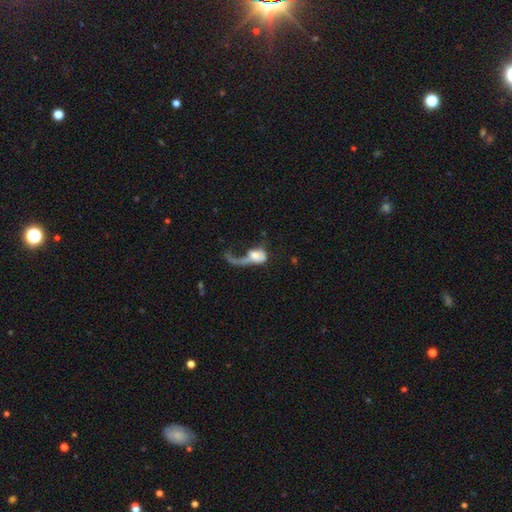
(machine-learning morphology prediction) Overall: featured or disk (48%; smooth 44%). Merging: major disturbance (66%).